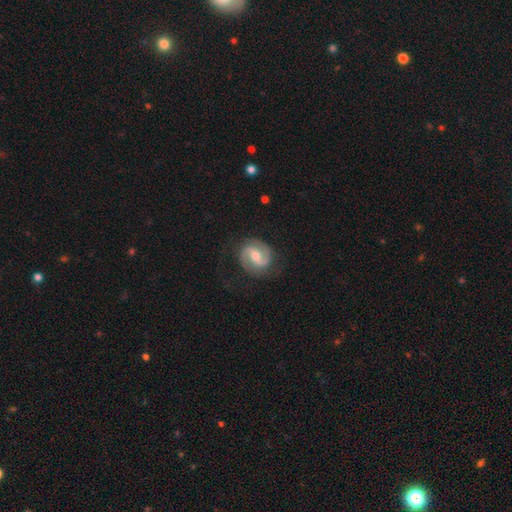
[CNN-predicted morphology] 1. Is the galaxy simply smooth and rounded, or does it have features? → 85% featured or disk, 10% smooth, 5% star or artifact.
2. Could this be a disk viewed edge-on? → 98% no, 2% yes.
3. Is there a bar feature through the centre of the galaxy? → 47% weak, 27% strong, 26% no.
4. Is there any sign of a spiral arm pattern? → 96% yes, 4% no.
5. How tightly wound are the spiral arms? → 52% medium, 26% tight, 22% loose.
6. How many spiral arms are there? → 93% 2, 3% can't tell, 2% 1, 1% 3, 1% 4, 1% more than 4.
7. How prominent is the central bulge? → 60% moderate, 35% small, 3% large, 1% none, 1% dominant.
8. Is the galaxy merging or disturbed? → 82% none, 12% minor disturbance, 4% major disturbance, 1% merger.